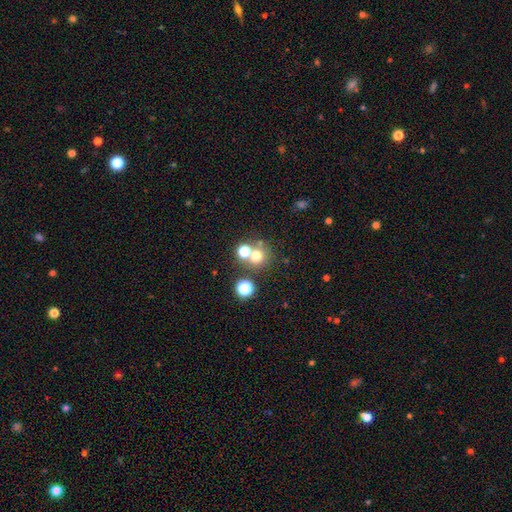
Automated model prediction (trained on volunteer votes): A smooth galaxy with no disk features (67%) that is round (88%).

Vote fractions:
- Smooth or featured? smooth: 67% / star or artifact: 21% / featured or disk: 12%
- How rounded? round: 88% / in between: 11% / cigar-shaped: 1%
- Merging? none: 59% / merger: 29% / minor disturbance: 7% / major disturbance: 4%